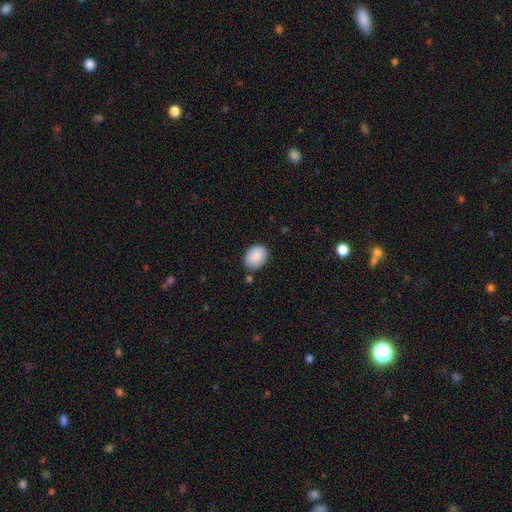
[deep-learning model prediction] smooth_or_featured: smooth (p=0.89) [alt: star or artifact p=0.07]
how_rounded: in between (p=0.62) [alt: round p=0.37]
merging: none (p=0.78) [alt: minor disturbance p=0.15]